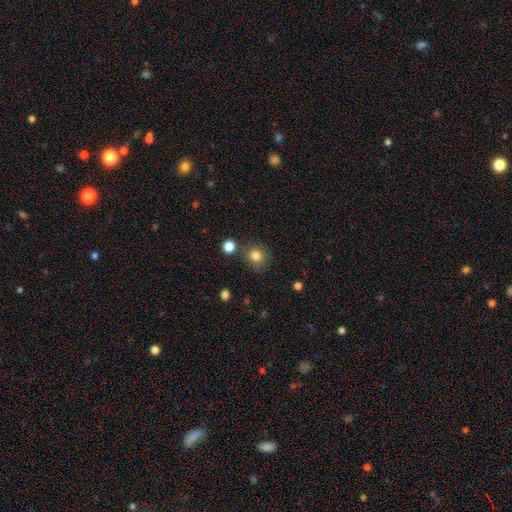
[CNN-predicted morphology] The model was most divided on "smooth or featured": smooth: 82%, star or artifact: 12%, featured or disk: 6%. More confident: how rounded — round (88%); merging — none (81%).